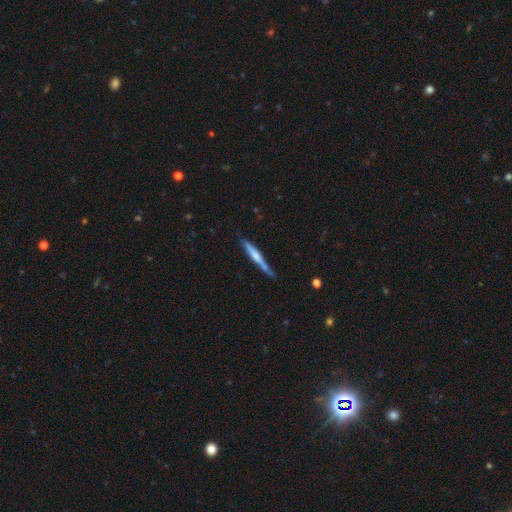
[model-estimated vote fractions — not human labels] featured or disk 48%, smooth 46%, star or artifact 6%. Down the decision tree: merging — none (68%).